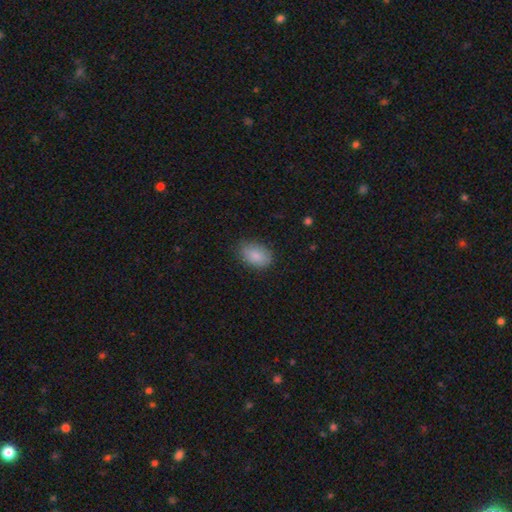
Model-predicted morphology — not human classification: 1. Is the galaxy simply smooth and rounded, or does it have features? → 87% smooth, 7% star or artifact, 6% featured or disk.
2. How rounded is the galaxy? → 89% in between, 10% round, 1% cigar-shaped.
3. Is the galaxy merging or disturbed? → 81% none, 14% minor disturbance, 3% major disturbance, 1% merger.